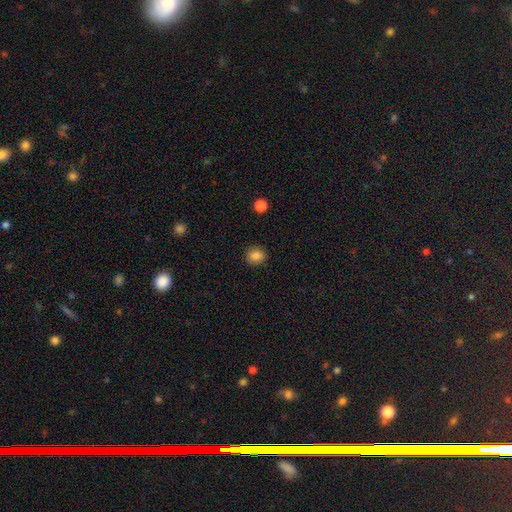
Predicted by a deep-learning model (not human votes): Morphology: type=smooth (86%); roundness=round (79%); merging=none (90%).